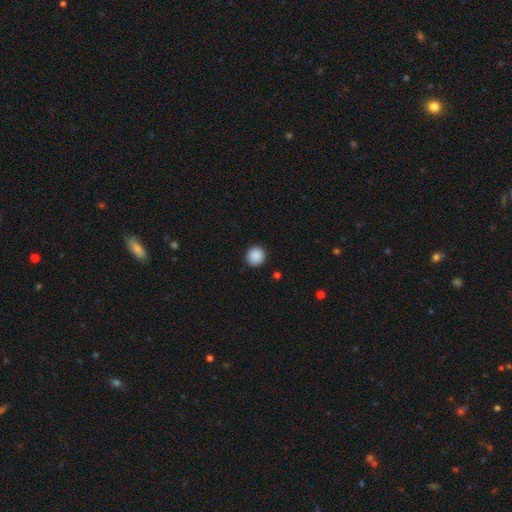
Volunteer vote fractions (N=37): smooth-or-featured: smooth: 92% | star or artifact: 8% | featured or disk: 0%
  how-rounded: round: 100% | in between: 0% | cigar-shaped: 0%
  merging: none: 91% | minor disturbance: 3% | major disturbance: 3% | merger: 3%